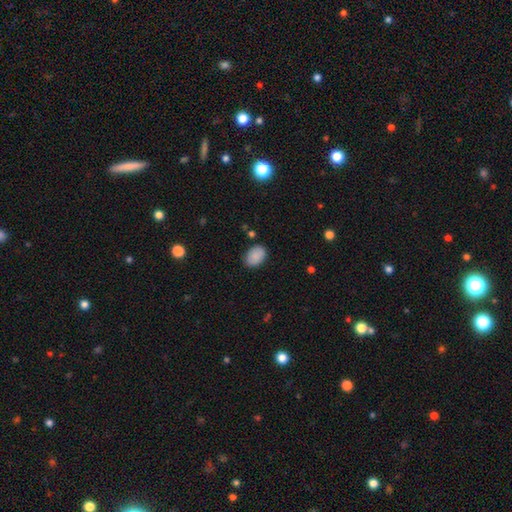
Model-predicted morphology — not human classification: type=smooth (87%); roundness=in between (81%); merging=none (82%).